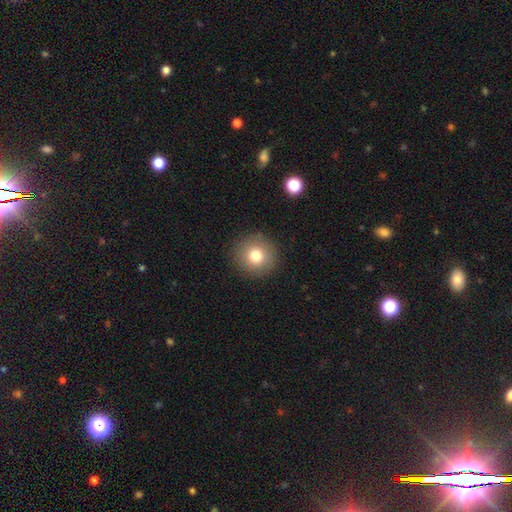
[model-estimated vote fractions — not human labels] Smooth or featured: smooth — 78% (star or artifact — 11%)
How rounded: round — 94% (in between — 5%)
Merging: none — 91% (minor disturbance — 6%)